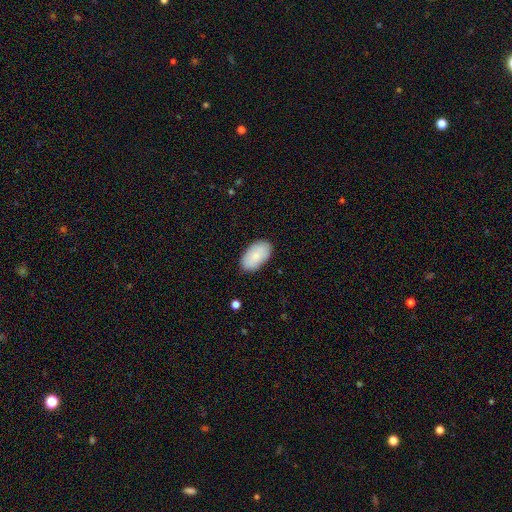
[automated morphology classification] smooth 85%, featured or disk 9%, star or artifact 6%. Down the decision tree: how rounded — in between (96%); merging — none (87%).